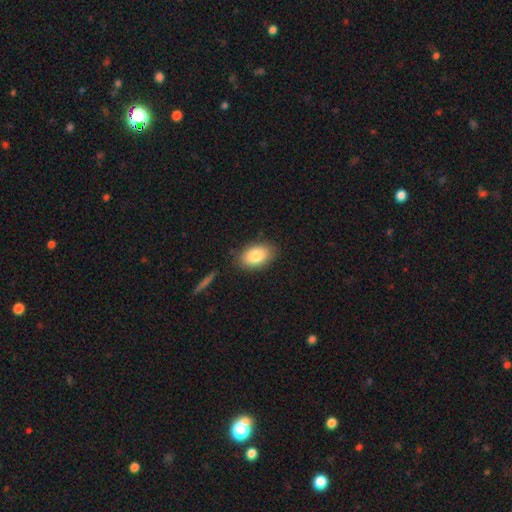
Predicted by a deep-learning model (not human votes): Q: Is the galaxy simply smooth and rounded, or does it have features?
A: smooth — 83%.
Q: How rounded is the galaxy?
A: in between — 90%.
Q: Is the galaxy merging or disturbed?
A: none — 83%.